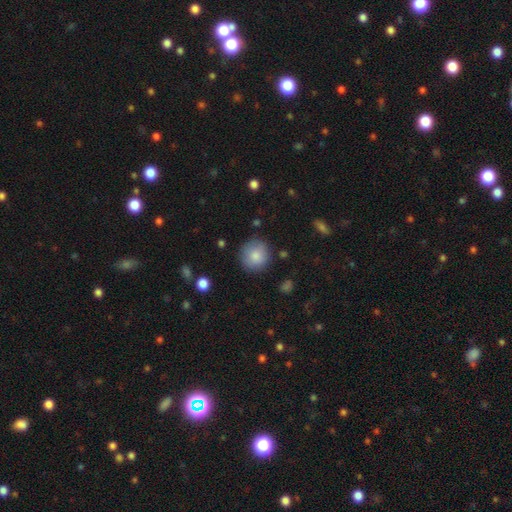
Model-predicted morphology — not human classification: smooth-or-featured: smooth: 84% | featured or disk: 8% | star or artifact: 8%
  how-rounded: round: 93% | in between: 6% | cigar-shaped: 1%
  merging: none: 84% | minor disturbance: 11% | major disturbance: 3% | merger: 2%